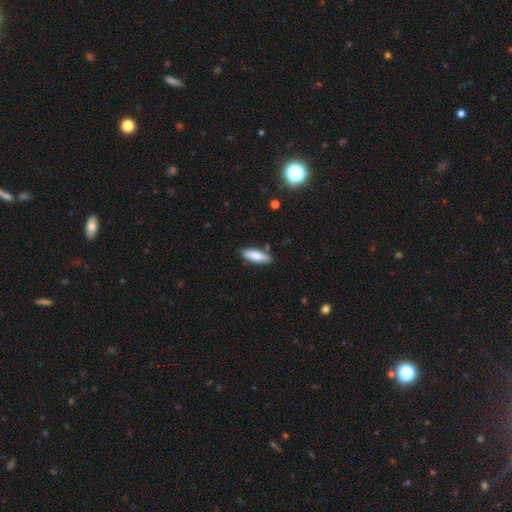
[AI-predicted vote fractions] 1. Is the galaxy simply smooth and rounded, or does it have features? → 82% smooth, 12% featured or disk, 6% star or artifact.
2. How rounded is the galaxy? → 51% cigar-shaped, 48% in between, 2% round.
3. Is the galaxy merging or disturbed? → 83% none, 12% minor disturbance, 2% merger, 2% major disturbance.